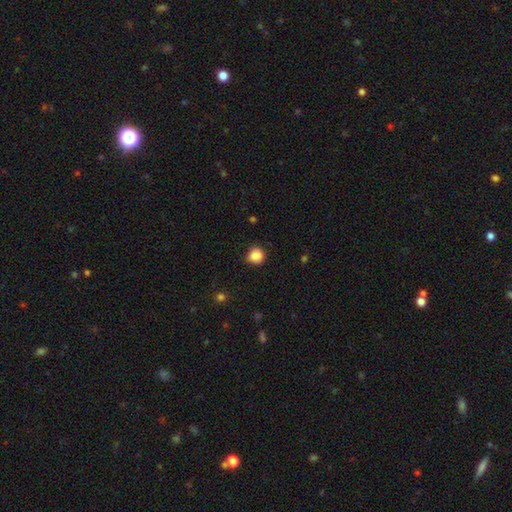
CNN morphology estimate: smooth_or_featured: smooth (p=0.85) [alt: star or artifact p=0.10]
how_rounded: round (p=0.81) [alt: in between p=0.18]
merging: none (p=0.67) [alt: minor disturbance p=0.24]